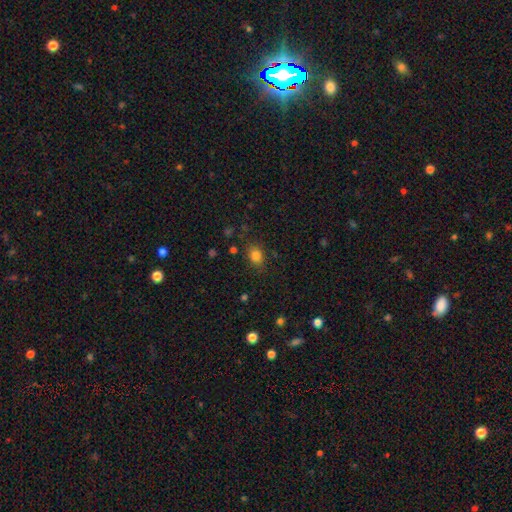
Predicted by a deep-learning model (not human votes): Q: Smooth or featured?
A: smooth (81%); runner-up: star or artifact (13%)
Q: How rounded?
A: in between (56%); runner-up: round (43%)
Q: Merging?
A: none (82%); runner-up: minor disturbance (12%)